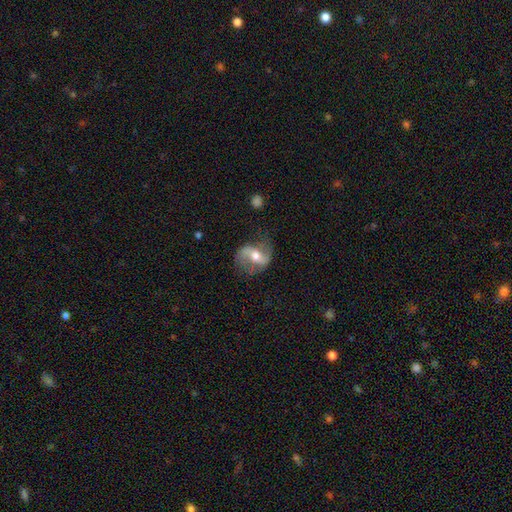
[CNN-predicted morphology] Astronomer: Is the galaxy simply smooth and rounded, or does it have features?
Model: featured or disk — 77%.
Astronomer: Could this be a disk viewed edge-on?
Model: no — 95%.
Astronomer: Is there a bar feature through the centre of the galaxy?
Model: weak — 39% (runner-up: strong, 34%).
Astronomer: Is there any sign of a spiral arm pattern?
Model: yes — 90%.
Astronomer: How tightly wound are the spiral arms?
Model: loose — 69%.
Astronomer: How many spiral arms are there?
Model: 2 — 90%.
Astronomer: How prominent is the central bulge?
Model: moderate — 70%.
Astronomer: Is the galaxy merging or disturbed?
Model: none — 69%.